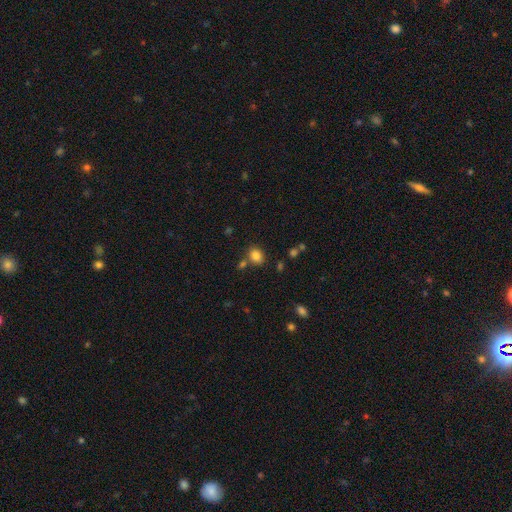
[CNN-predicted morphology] This appears to be a smooth galaxy with no disk features (82%) that is round (56%). Merging: none (74%).